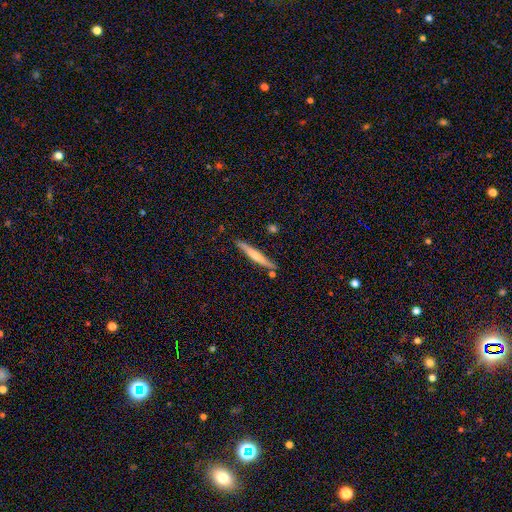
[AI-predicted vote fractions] A featured or disk galaxy (47%, tied with smooth).

Vote fractions:
- Smooth or featured? featured or disk: 47% (tied) / smooth: 47% (tied) / star or artifact: 6%
- Merging? none: 79% / minor disturbance: 13% / merger: 5% / major disturbance: 2%